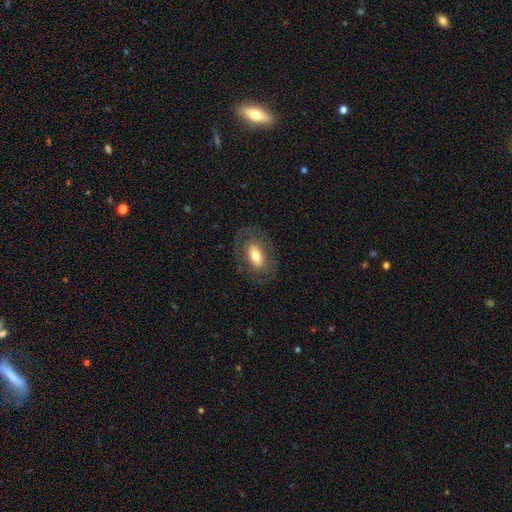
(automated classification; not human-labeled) Morphology: type=smooth (55%); roundness=in between (88%); merging=none (76%).